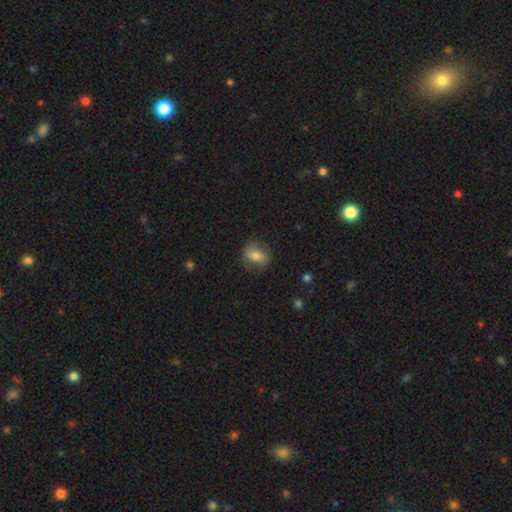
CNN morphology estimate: smooth-or-featured: smooth: 63% | featured or disk: 28% | star or artifact: 9%
  how-rounded: in between: 50% | round: 48% | cigar-shaped: 2%
  merging: none: 76% | minor disturbance: 17% | major disturbance: 6% | merger: 1%